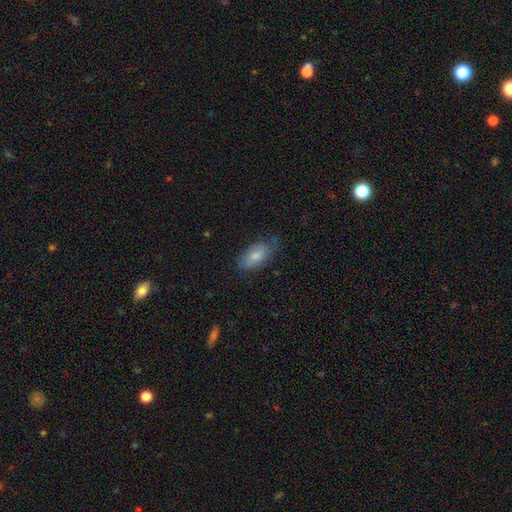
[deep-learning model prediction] This appears to be a smooth galaxy with no disk features (76%) that is in between round and cigar-shaped (91%). Merging: none (66%).